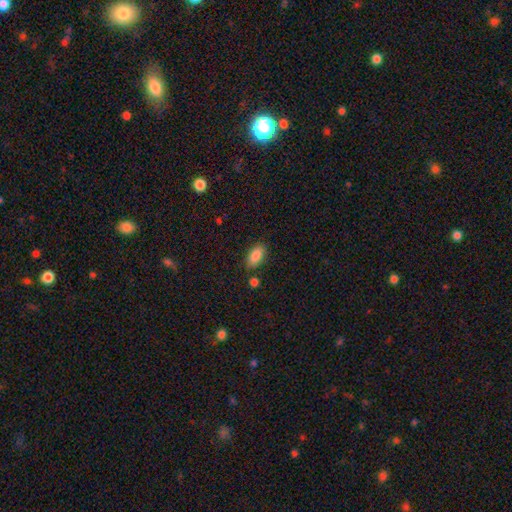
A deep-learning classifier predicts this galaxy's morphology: Smooth or featured? Predicted: smooth (p=0.87). How rounded? Predicted: in between (p=0.91). Merging? Predicted: none (p=0.82).